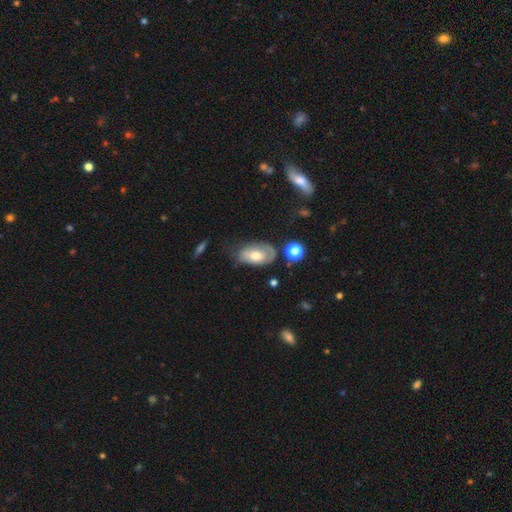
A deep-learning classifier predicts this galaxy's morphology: smooth 51%, featured or disk 41%, star or artifact 7%. Down the decision tree: how rounded — in between (90%); merging — none (49%).